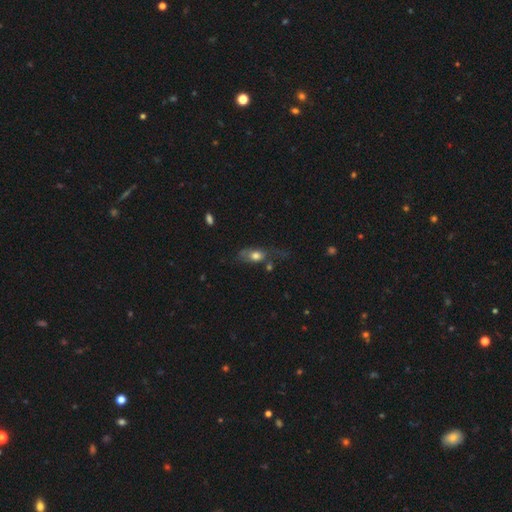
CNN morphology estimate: The model was most divided on "merging": none: 36%, major disturbance: 28%, minor disturbance: 27%, merger: 10%. More confident: how rounded — in between (76%); smooth or featured — smooth (68%).